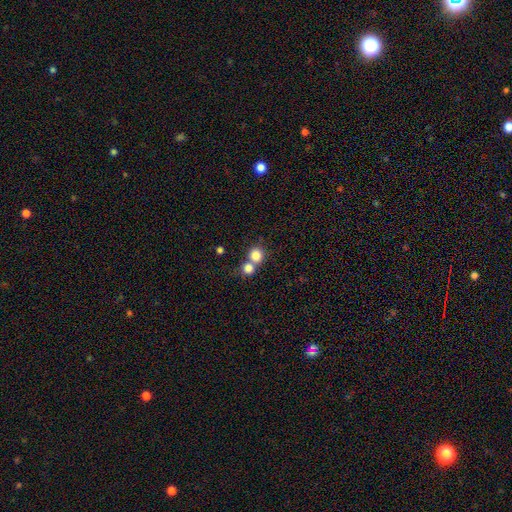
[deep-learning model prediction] This is clearly a smooth galaxy (81%). How rounded: clearly round (87%). Merging: possibly merger (48%).